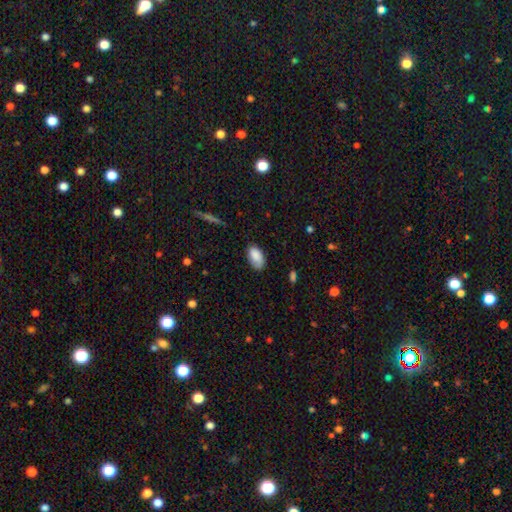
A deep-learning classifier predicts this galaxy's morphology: smooth 86%, star or artifact 7%, featured or disk 7%. Down the decision tree: how rounded — in between (94%); merging — none (72%).